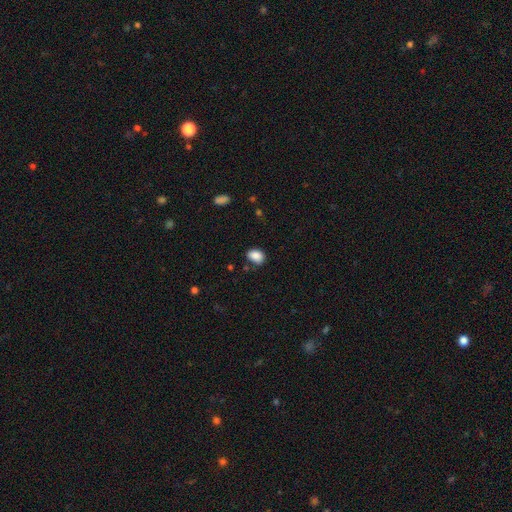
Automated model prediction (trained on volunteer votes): Morphology: type=smooth (88%); roundness=in between (74%); merging=none (77%).